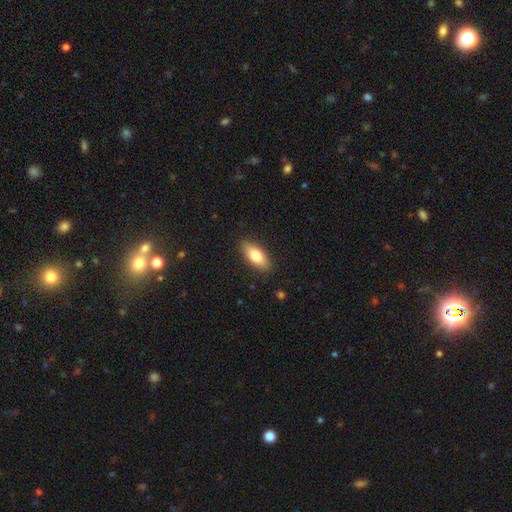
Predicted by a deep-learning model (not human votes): Smooth or featured?
  - smooth: 77% *
  - featured or disk: 16%
  - star or artifact: 6%
How rounded?
  - in between: 82% *
  - cigar-shaped: 15%
  - round: 3%
Merging?
  - none: 88% *
  - minor disturbance: 9%
  - major disturbance: 2%
  - merger: 1%